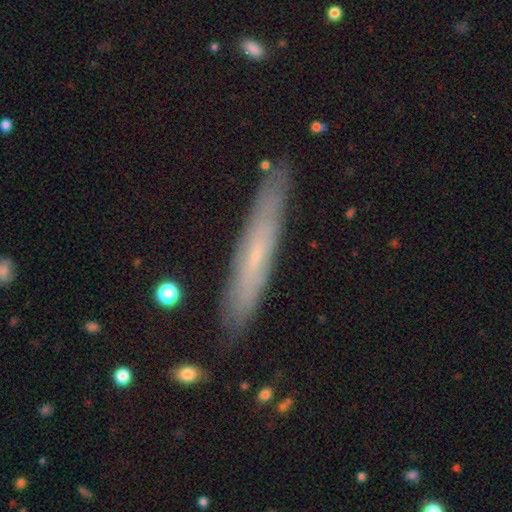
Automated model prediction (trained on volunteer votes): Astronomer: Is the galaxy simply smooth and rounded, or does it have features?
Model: featured or disk — 53% (runner-up: smooth, 40%).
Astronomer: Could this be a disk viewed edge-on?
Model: yes — 80%.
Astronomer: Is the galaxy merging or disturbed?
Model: none — 87%.